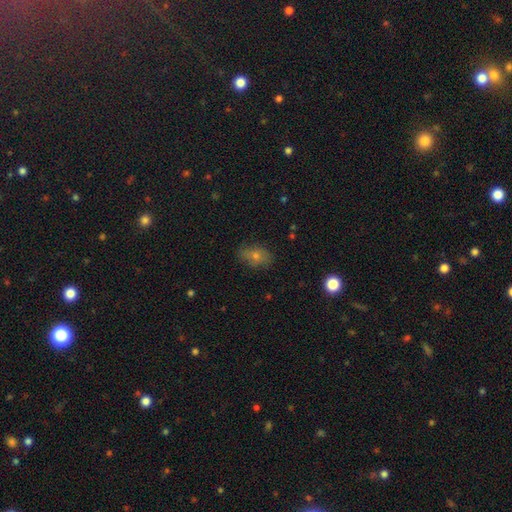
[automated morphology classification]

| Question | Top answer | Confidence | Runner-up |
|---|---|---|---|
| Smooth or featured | smooth | 62% | featured or disk (20%) |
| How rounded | in between | 74% | round (23%) |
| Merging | none | 77% | minor disturbance (17%) |